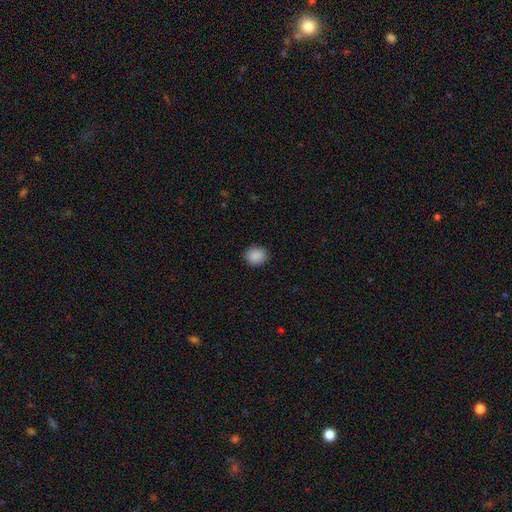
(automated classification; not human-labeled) Smooth or featured? smooth (89%)
How rounded? round (70%)
Merging? none (89%)